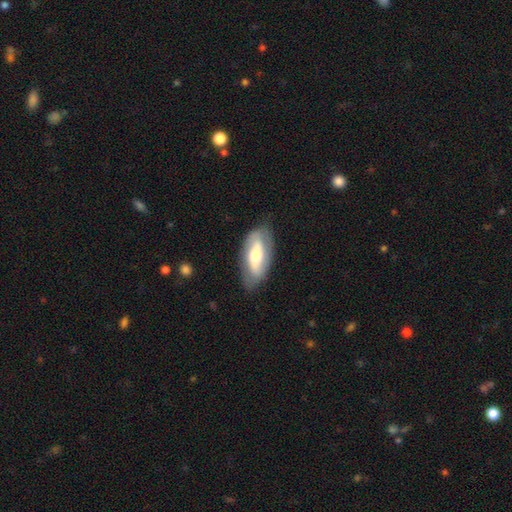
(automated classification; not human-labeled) smooth-or-featured: featured or disk: 54% | smooth: 40% | star or artifact: 6%
  disk-edge-on: no: 83% | yes: 17%
  merging: none: 75% | minor disturbance: 18% | major disturbance: 5% | merger: 1%